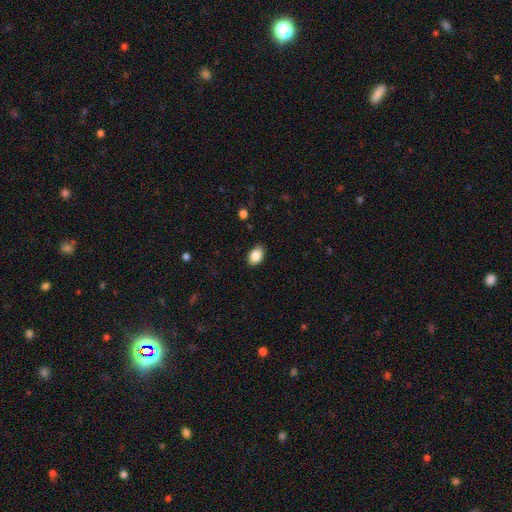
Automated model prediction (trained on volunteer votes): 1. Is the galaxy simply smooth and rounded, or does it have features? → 87% smooth, 8% star or artifact, 5% featured or disk.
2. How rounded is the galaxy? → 86% in between, 13% round, 1% cigar-shaped.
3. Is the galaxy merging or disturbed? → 86% none, 11% minor disturbance, 2% major disturbance, 1% merger.